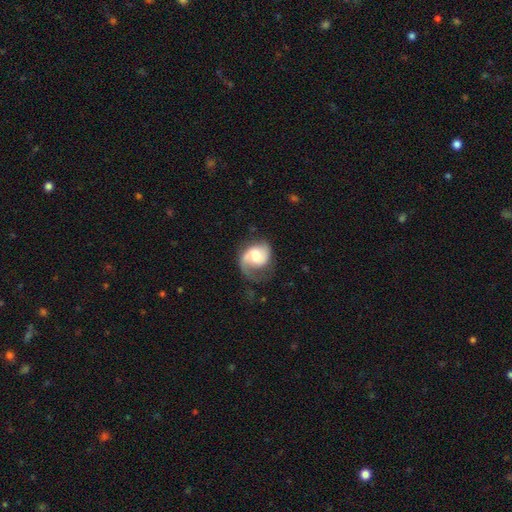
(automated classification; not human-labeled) smooth-or-featured: featured or disk: 74% | smooth: 20% | star or artifact: 6%
  disk-edge-on: no: 98% | yes: 2%
    bar: no: 45% | weak: 43% | strong: 12%
    has-spiral-arms: yes: 93% | no: 7%
      spiral-winding: medium: 43% | loose: 36% | tight: 21%
      spiral-arm-count: 2: 54% | 1: 39% | can't tell: 5% | 3: 1% | 4: 1% | more than 4: 1%
    bulge-size: moderate: 52% | large: 23% | small: 18% | none: 4% | dominant: 3%
  merging: none: 47% | major disturbance: 27% | minor disturbance: 25% | merger: 2%